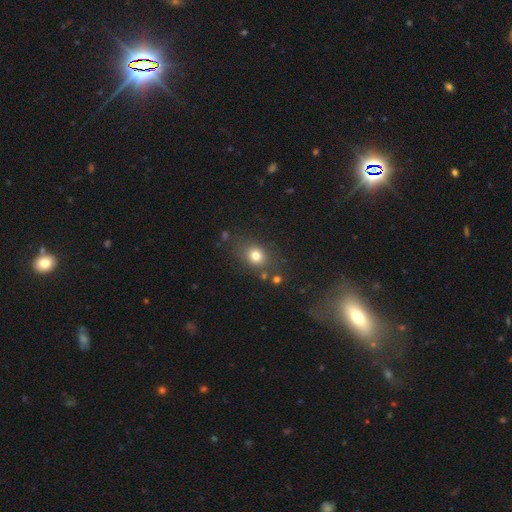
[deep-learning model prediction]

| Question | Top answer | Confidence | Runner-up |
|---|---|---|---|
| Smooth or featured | smooth | 78% | star or artifact (13%) |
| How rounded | round | 55% | in between (44%) |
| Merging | none | 74% | minor disturbance (14%) |